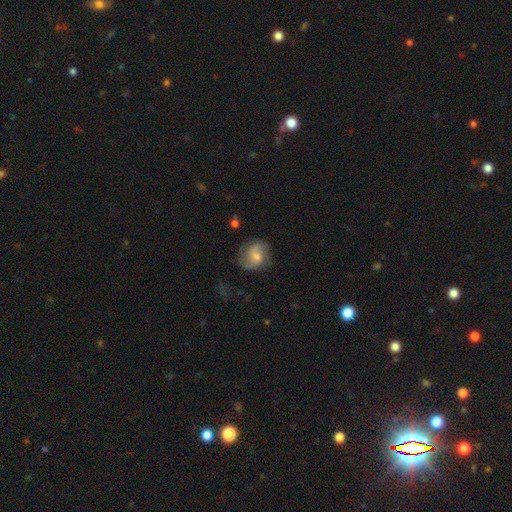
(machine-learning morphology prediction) Smooth or featured?
  - featured or disk: 56% *
  - smooth: 36%
  - star or artifact: 8%
Edge-on disk?
  - no: 97% *
  - yes: 3%
Bar?
  - no: 51% *
  - weak: 41%
  - strong: 8%
Spiral arms?
  - yes: 87% *
  - no: 13%
Bulge size?
  - moderate: 42% *
  - small: 40%
  - none: 11%
  - large: 6%
  - dominant: 1%
Merging?
  - none: 65% *
  - minor disturbance: 22%
  - major disturbance: 11%
  - merger: 2%